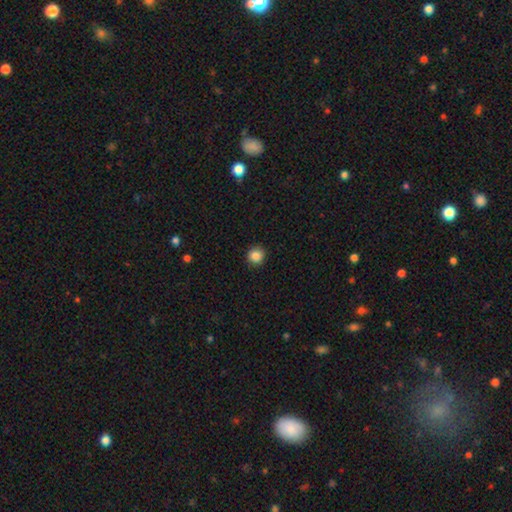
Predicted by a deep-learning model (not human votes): The model was most divided on "smooth or featured": smooth: 87%, star or artifact: 10%, featured or disk: 3%. More confident: how rounded — round (93%); merging — none (92%).